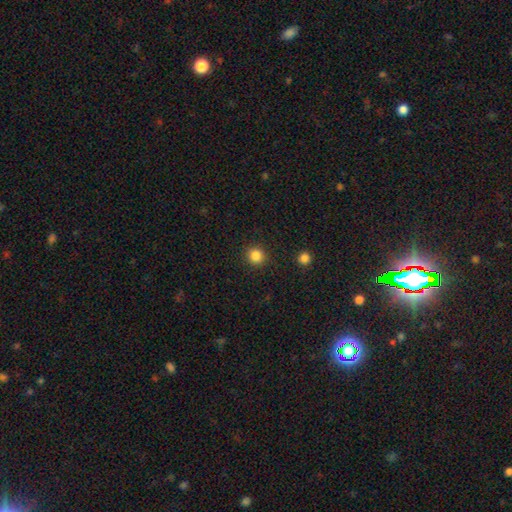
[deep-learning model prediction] smooth-or-featured: smooth: 84% | star or artifact: 12% | featured or disk: 4%
  how-rounded: round: 94% | in between: 5% | cigar-shaped: 1%
  merging: none: 92% | minor disturbance: 5% | major disturbance: 2% | merger: 1%